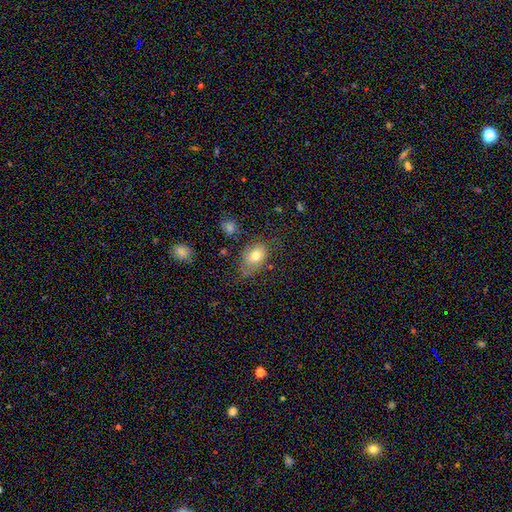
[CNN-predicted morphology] smooth_or_featured: smooth (p=0.74) [alt: featured or disk p=0.17]
how_rounded: in between (p=0.82) [alt: round p=0.17]
merging: none (p=0.59) [alt: minor disturbance p=0.27]